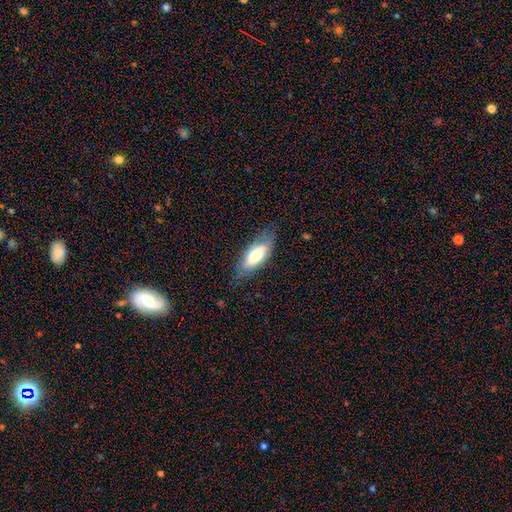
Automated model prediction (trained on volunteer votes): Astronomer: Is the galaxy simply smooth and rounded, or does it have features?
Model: smooth — 66%.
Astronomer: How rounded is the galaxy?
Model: in between — 75%.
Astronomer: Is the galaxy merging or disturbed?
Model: none — 73%.